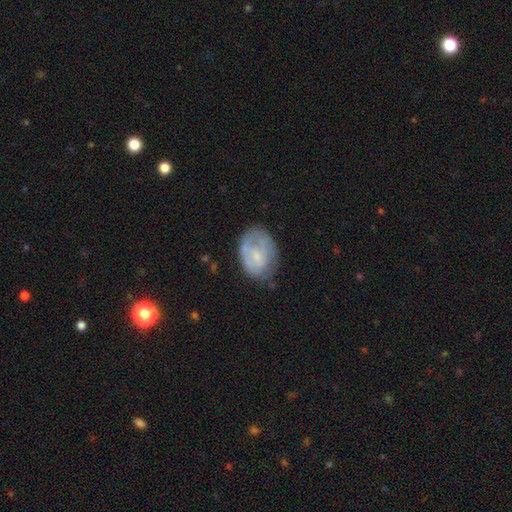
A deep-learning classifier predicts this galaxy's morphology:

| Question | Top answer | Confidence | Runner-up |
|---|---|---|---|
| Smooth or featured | smooth | 49% | featured or disk (43%) |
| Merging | none | 50% | minor disturbance (31%) |